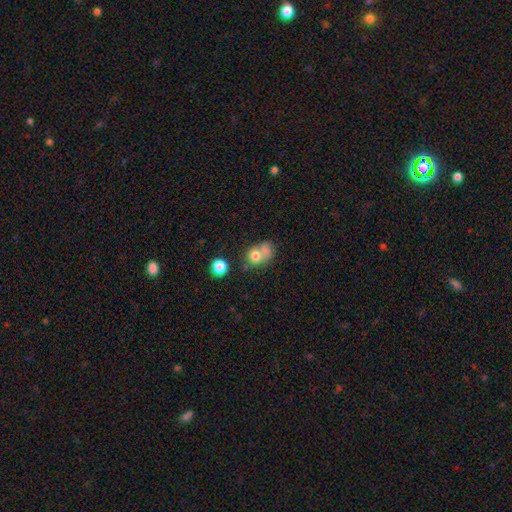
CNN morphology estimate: Smooth or featured: smooth — 72% (featured or disk — 17%)
How rounded: round — 62% (in between — 37%)
Merging: merger — 47% (none — 30%)